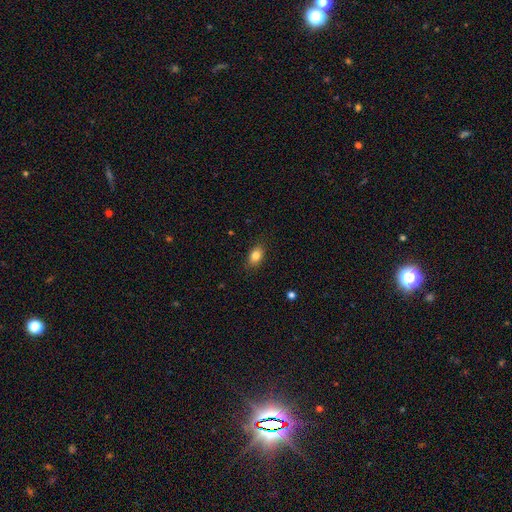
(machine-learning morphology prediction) type=smooth (83%); roundness=in between (84%); merging=none (86%).